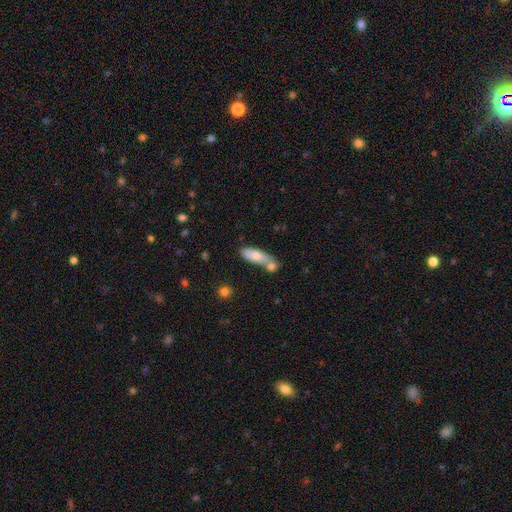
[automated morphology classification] Smooth or featured? Predicted: smooth (p=0.69). How rounded? Predicted: in between (p=0.57). Merging? Predicted: merger (p=0.43).